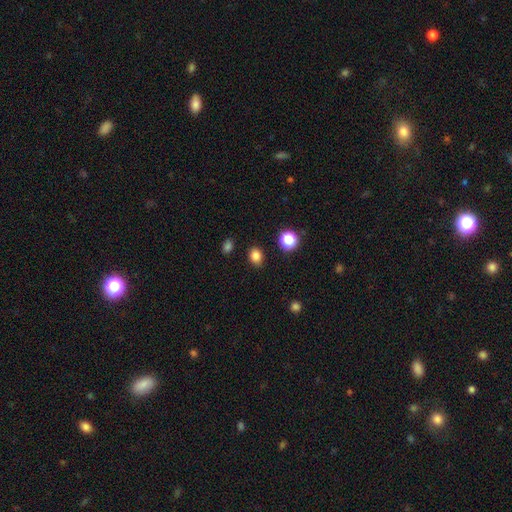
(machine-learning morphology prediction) Overall: smooth (82%). How rounded: in between (55%; round 44%). Merging: none (86%).